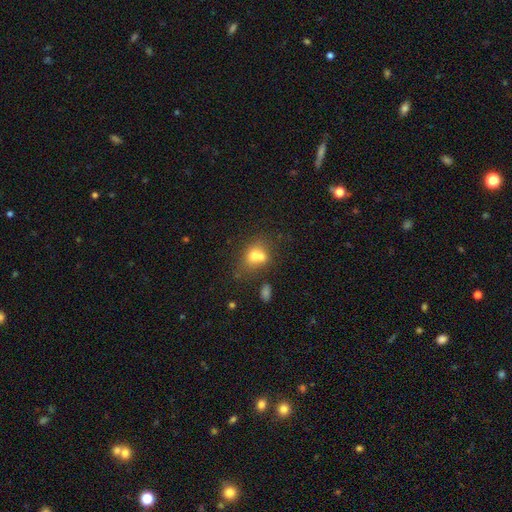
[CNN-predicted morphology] This appears to be a smooth galaxy with no disk features (65%) that is round (55%). Merging: merger (57%).